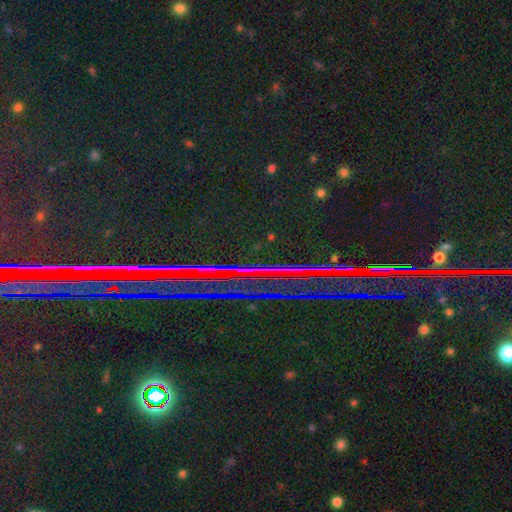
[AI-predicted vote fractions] Smooth or featured?
  - star or artifact: 86% *
  - smooth: 7%
  - featured or disk: 7%